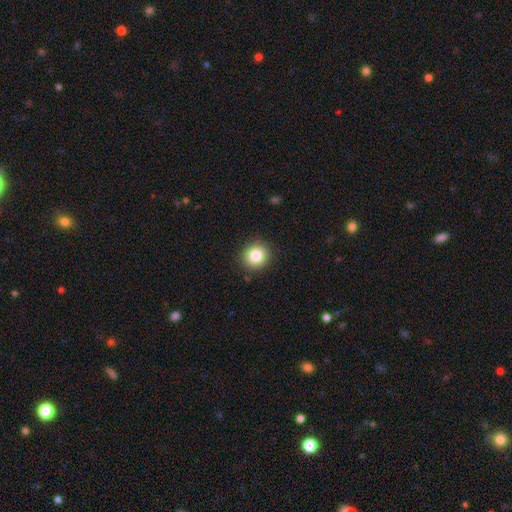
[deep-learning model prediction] This appears to be a smooth galaxy with no disk features (83%) that is round (89%). Merging: none (90%).